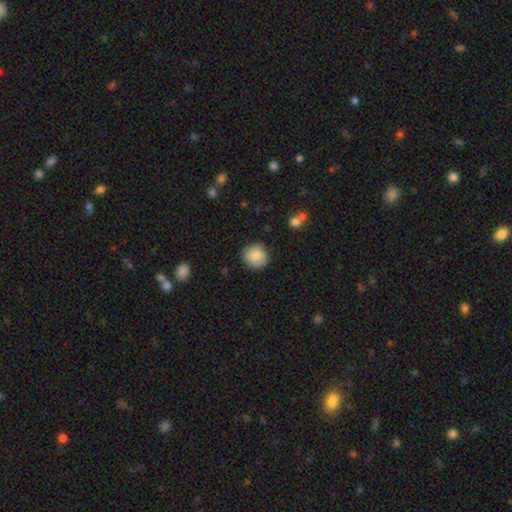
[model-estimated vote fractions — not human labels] The model was most divided on "how rounded": round: 84%, in between: 15%, cigar-shaped: 1%. More confident: smooth or featured — smooth (86%); merging — none (85%).